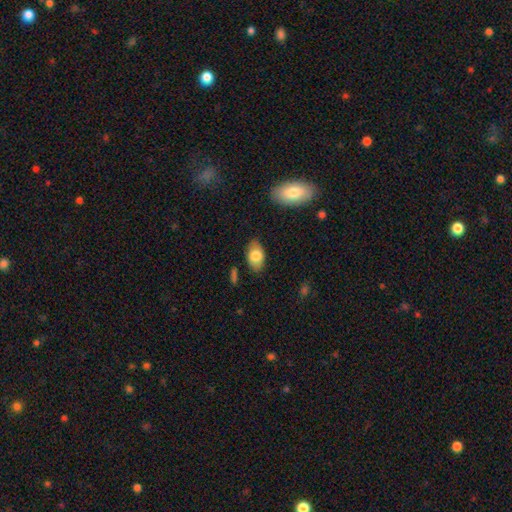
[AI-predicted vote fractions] A smooth galaxy with no disk features (78%) that is in between round and cigar-shaped (92%). Merging: none (83%).